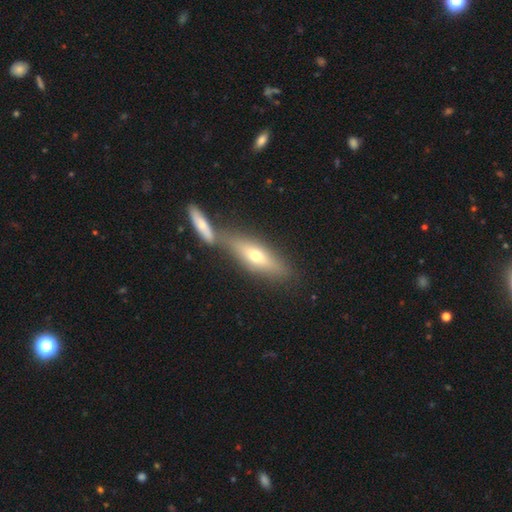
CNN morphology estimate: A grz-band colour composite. It shows a smooth galaxy with no disk features (53%) that is cigar-shaped (56%). Merging: none (52%).